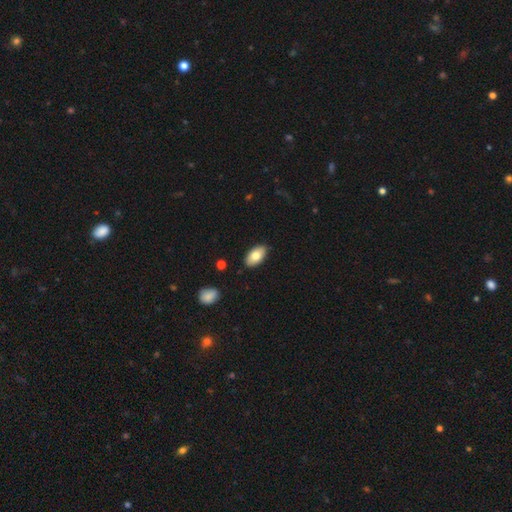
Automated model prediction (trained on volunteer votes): A smooth galaxy with no disk features (78%) that is in between round and cigar-shaped (94%). Merging: none (88%).